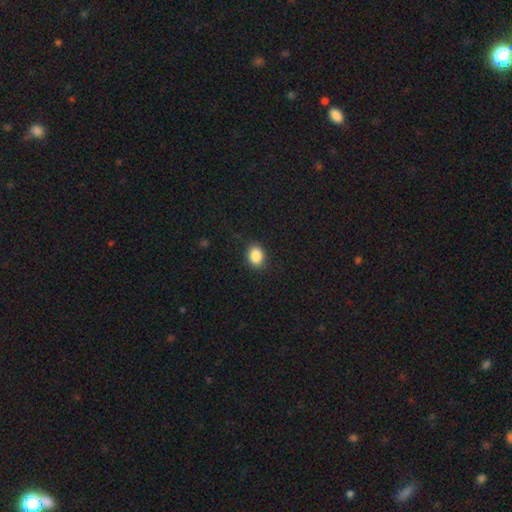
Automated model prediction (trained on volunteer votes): The model was most divided on "how rounded": in between: 59%, round: 40%, cigar-shaped: 1%. More confident: merging — none (88%); smooth or featured — smooth (87%).